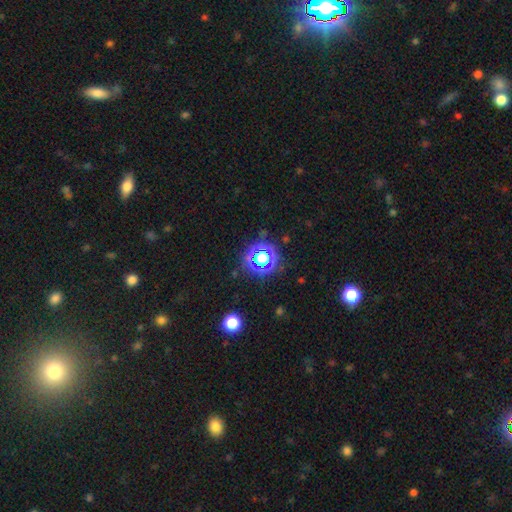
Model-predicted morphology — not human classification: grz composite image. It shows a star or artifact, not a galaxy (75%).